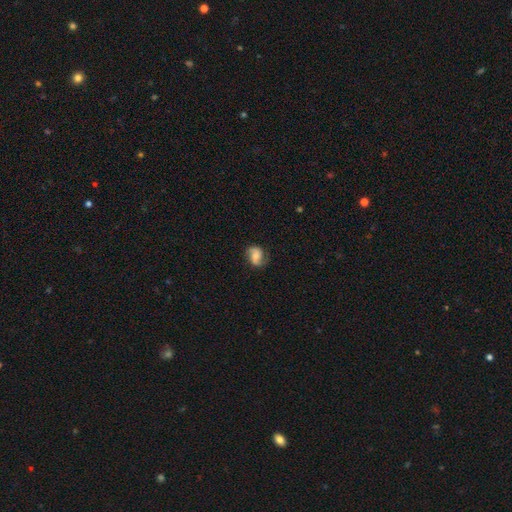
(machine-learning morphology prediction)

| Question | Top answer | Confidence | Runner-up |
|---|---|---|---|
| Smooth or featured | featured or disk | 67% | smooth (26%) |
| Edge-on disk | no | 98% | yes (2%) |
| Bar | no | 52% | weak (37%) |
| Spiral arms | yes | 93% | no (7%) |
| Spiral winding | medium | 44% | loose (35%) |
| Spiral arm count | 2 | 89% | can't tell (4%) |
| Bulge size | moderate | 51% | small (36%) |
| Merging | none | 78% | minor disturbance (16%) |